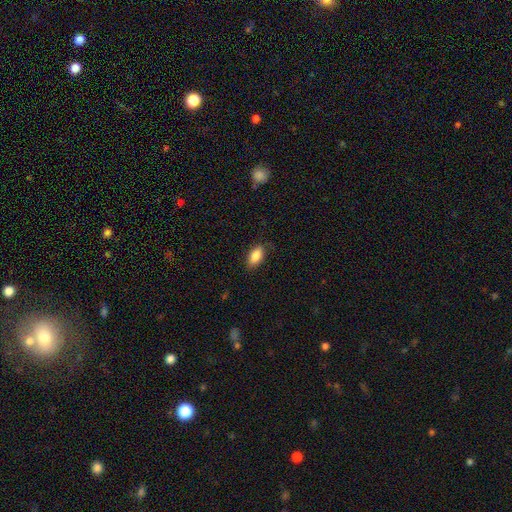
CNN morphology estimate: Overall: smooth (87%). How rounded: in between (91%). Merging: none (81%).